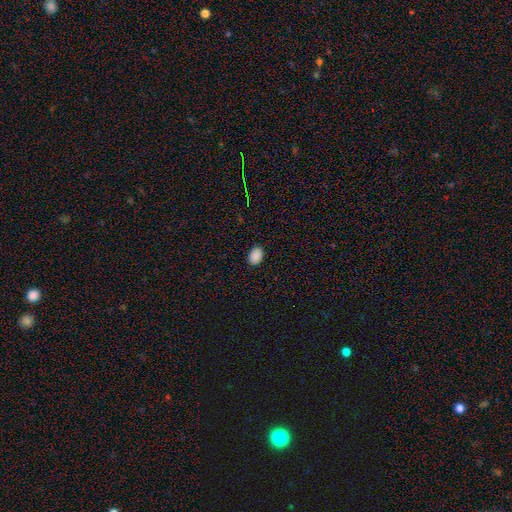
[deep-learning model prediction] Smooth or featured?
  - smooth: 88% *
  - star or artifact: 9%
  - featured or disk: 2%
How rounded?
  - in between: 80% *
  - round: 19%
  - cigar-shaped: 1%
Merging?
  - none: 89% *
  - minor disturbance: 8%
  - major disturbance: 2%
  - merger: 1%